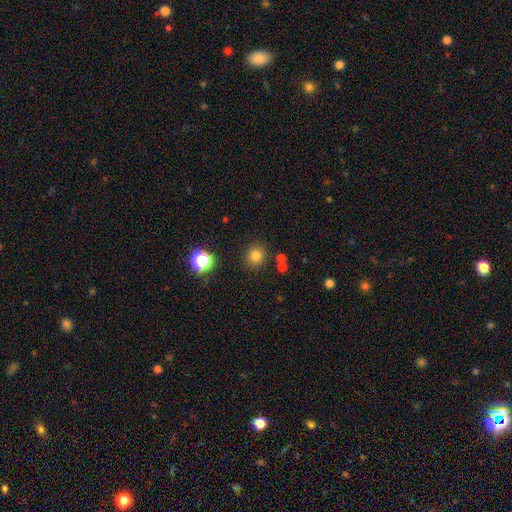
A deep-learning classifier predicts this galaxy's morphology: This is likely a smooth galaxy (78%). How rounded: clearly round (88%). Merging: clearly none (85%).